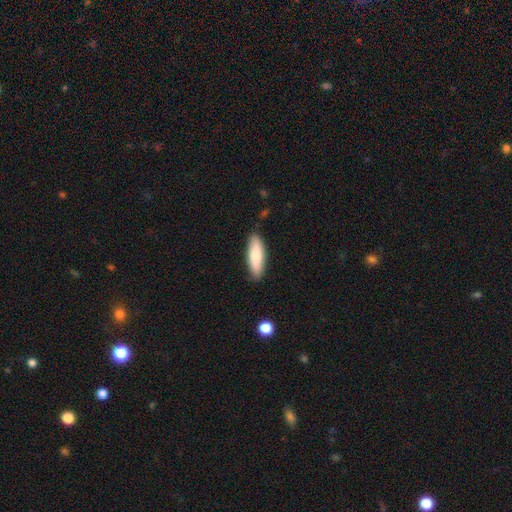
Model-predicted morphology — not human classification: smooth 78%, featured or disk 16%, star or artifact 5%. Down the decision tree: how rounded — in between (49%, tied with cigar-shaped); merging — none (86%).